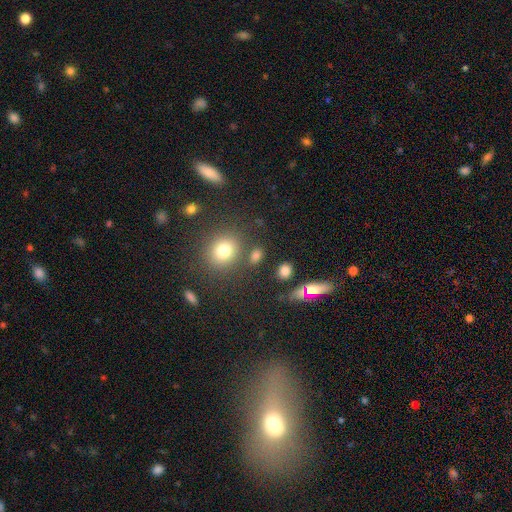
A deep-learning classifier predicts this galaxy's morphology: Smooth or featured?
  - smooth: 79% *
  - star or artifact: 14%
  - featured or disk: 7%
How rounded?
  - in between: 57% *
  - round: 40%
  - cigar-shaped: 3%
Merging?
  - none: 77% *
  - minor disturbance: 10%
  - merger: 9%
  - major disturbance: 4%